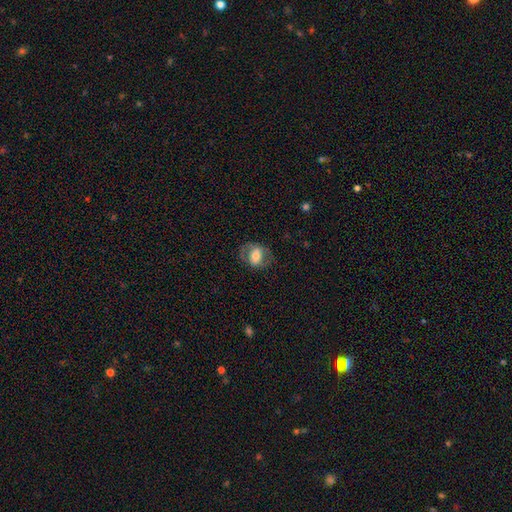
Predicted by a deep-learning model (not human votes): Q: Smooth or featured?
A: smooth (54%); runner-up: featured or disk (39%)
Q: How rounded?
A: in between (62%); runner-up: round (37%)
Q: Merging?
A: none (68%); runner-up: minor disturbance (18%)